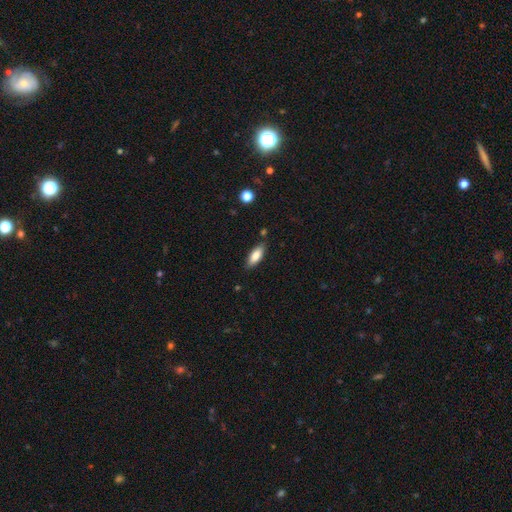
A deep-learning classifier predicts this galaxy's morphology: smooth-or-featured: smooth: 83% | featured or disk: 10% | star or artifact: 7%
  how-rounded: in between: 75% | cigar-shaped: 23% | round: 2%
  merging: none: 83% | minor disturbance: 12% | major disturbance: 2% | merger: 2%